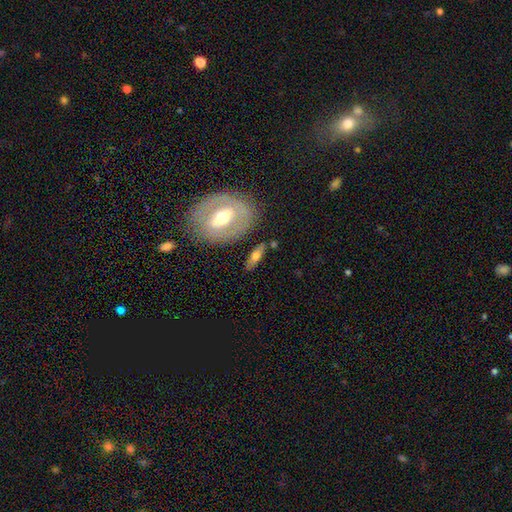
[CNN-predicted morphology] Smooth or featured? smooth (52%)
How rounded? in between (60%)
Merging? none (77%)